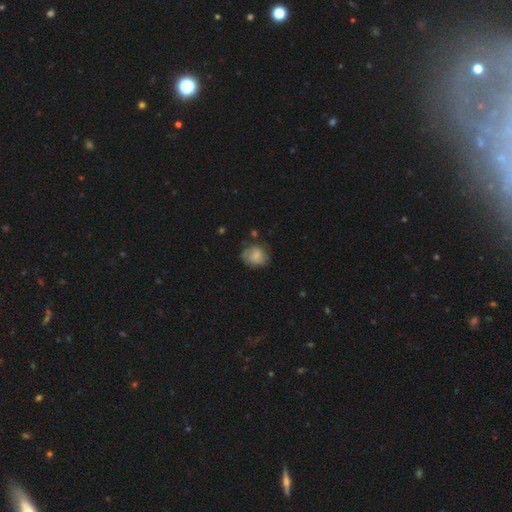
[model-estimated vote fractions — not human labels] Smooth or featured: smooth — 59% (featured or disk — 33%)
How rounded: round — 57% (in between — 42%)
Merging: none — 62% (minor disturbance — 25%)